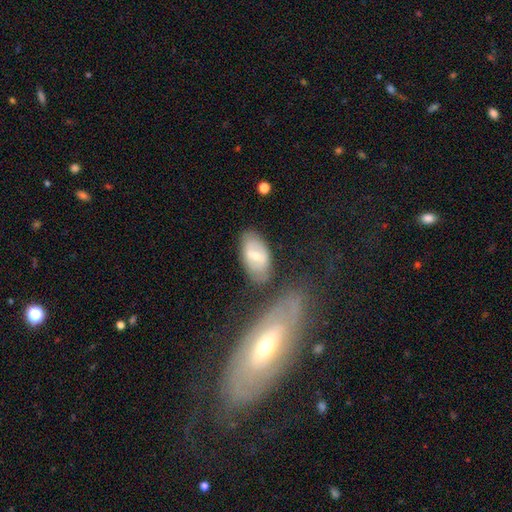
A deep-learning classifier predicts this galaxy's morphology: Smooth or featured? featured or disk (47%)
Merging? none (69%)